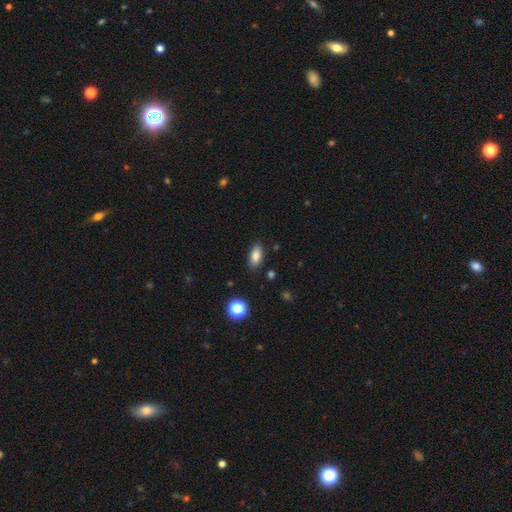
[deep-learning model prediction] Q: Smooth or featured?
A: smooth (83%); runner-up: star or artifact (9%)
Q: How rounded?
A: in between (85%); runner-up: cigar-shaped (11%)
Q: Merging?
A: none (86%); runner-up: minor disturbance (10%)